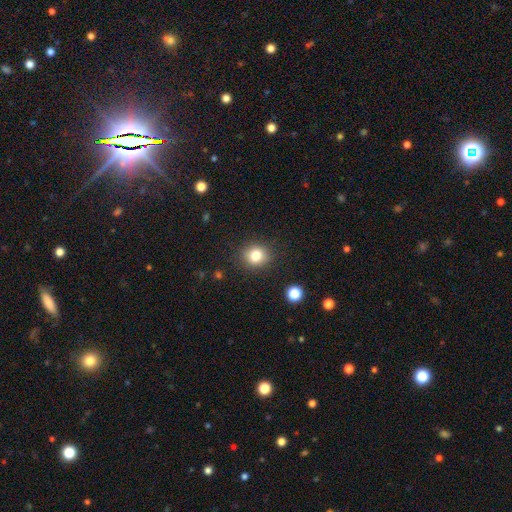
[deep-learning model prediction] smooth-or-featured: smooth: 81% | star or artifact: 12% | featured or disk: 7%
  how-rounded: round: 77% | in between: 22% | cigar-shaped: 1%
  merging: none: 88% | minor disturbance: 8% | major disturbance: 3% | merger: 1%